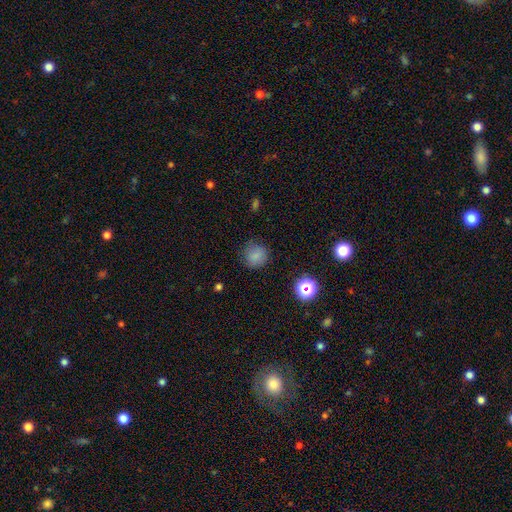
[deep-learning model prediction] smooth-or-featured: smooth: 80% | star or artifact: 14% | featured or disk: 6%
  how-rounded: round: 91% | in between: 8% | cigar-shaped: 1%
  merging: none: 83% | minor disturbance: 12% | major disturbance: 4% | merger: 1%